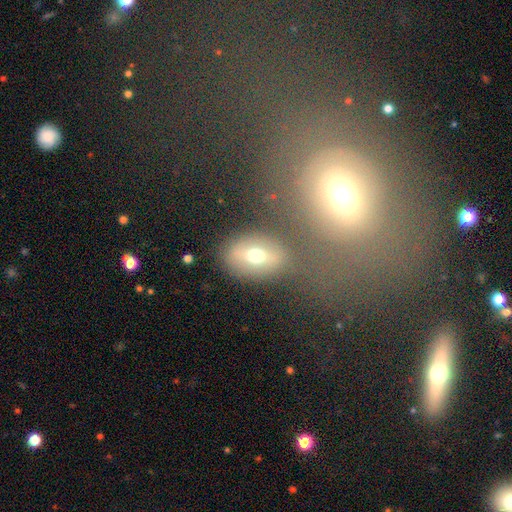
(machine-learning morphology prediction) A smooth galaxy with no disk features (62%) that is in between round and cigar-shaped (72%). Merging: none (73%).